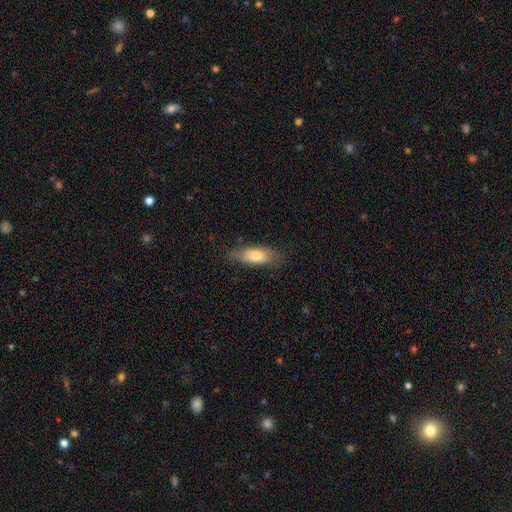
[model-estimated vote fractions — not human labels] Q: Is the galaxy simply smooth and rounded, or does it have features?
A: smooth — 72%.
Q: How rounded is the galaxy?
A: in between — 72%.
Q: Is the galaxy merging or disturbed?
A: none — 74%.